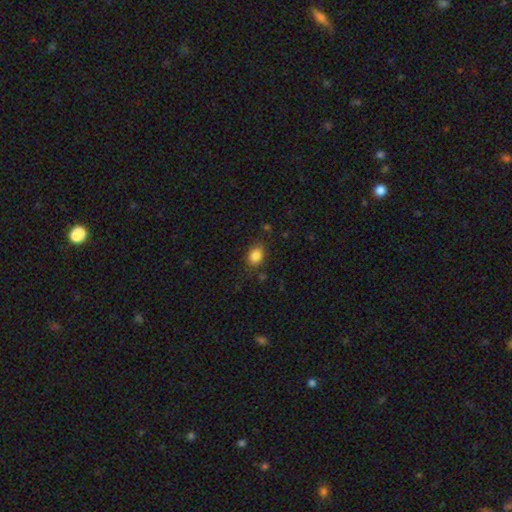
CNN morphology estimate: Smooth or featured? smooth (86%)
How rounded? in between (67%)
Merging? none (81%)